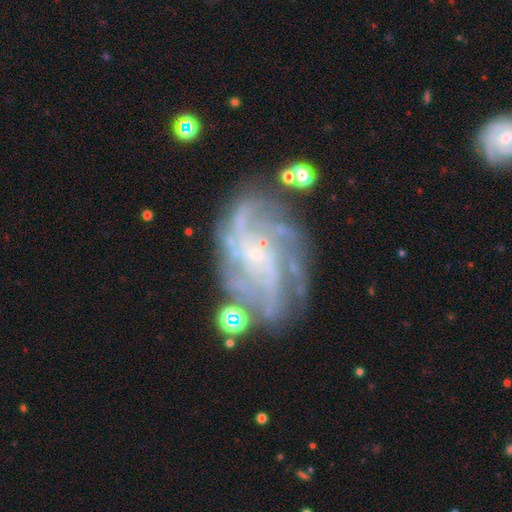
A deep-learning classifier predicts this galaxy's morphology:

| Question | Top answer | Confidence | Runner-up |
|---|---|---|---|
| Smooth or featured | featured or disk | 86% | star or artifact (8%) |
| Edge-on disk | no | 97% | yes (3%) |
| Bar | no | 66% | weak (28%) |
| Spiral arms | yes | 95% | no (5%) |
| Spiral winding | tight | 43% | medium (41%) |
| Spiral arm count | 4 | 28% | can't tell (22%) |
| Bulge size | small | 80% | none (10%) |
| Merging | none | 68% | minor disturbance (18%) |